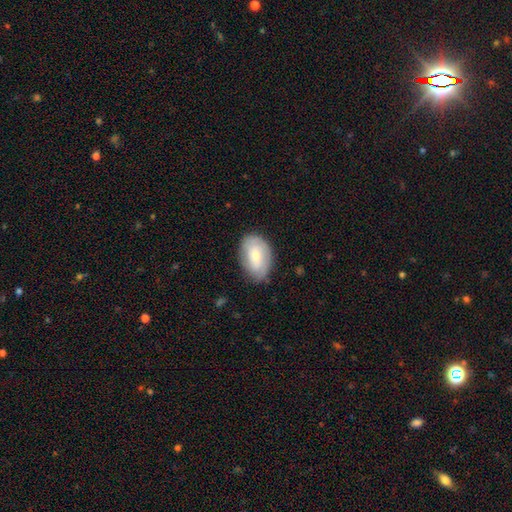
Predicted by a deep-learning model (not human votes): Smooth or featured? Predicted: smooth (p=0.59). How rounded? Predicted: in between (p=0.89). Merging? Predicted: none (p=0.77).